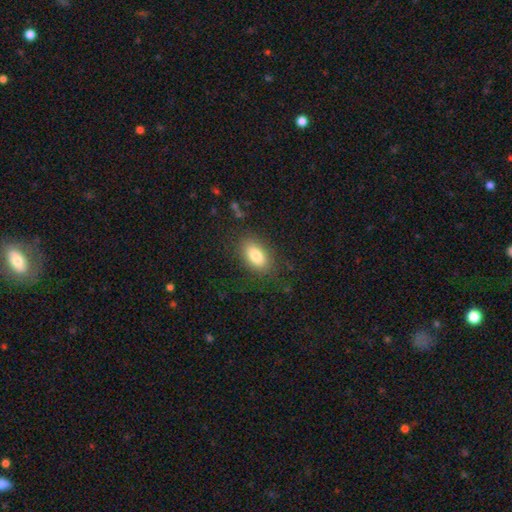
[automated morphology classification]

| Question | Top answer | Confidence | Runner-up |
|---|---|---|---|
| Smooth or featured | smooth | 82% | featured or disk (10%) |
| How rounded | in between | 90% | round (6%) |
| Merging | none | 83% | minor disturbance (12%) |